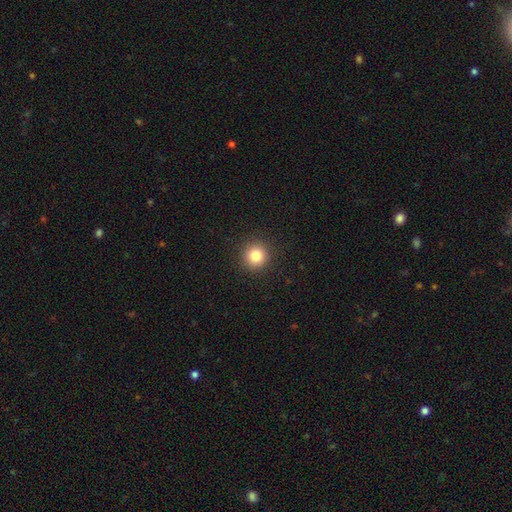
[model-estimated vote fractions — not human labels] Smooth or featured?
  - smooth: 83% *
  - star or artifact: 11%
  - featured or disk: 6%
How rounded?
  - round: 94% *
  - in between: 5%
  - cigar-shaped: 1%
Merging?
  - none: 92% *
  - minor disturbance: 5%
  - major disturbance: 2%
  - merger: 1%